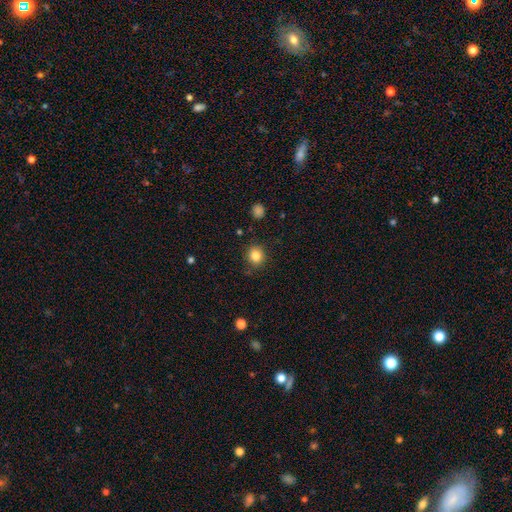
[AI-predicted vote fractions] smooth_or_featured: smooth (p=0.84) [alt: star or artifact p=0.11]
how_rounded: round (p=0.85) [alt: in between p=0.14]
merging: none (p=0.87) [alt: minor disturbance p=0.08]